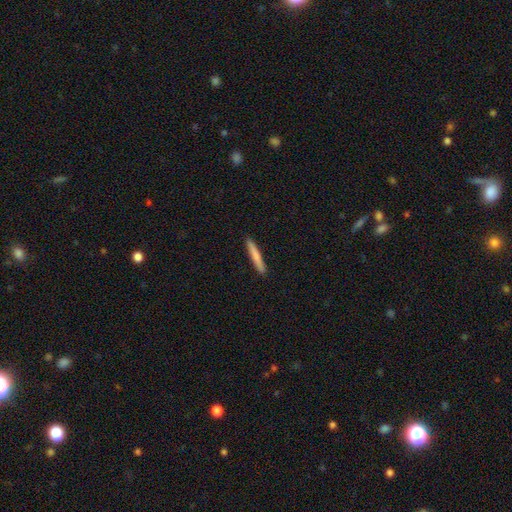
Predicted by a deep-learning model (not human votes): This is likely a smooth galaxy (77%). How rounded: clearly cigar-shaped (95%). Merging: clearly none (92%).